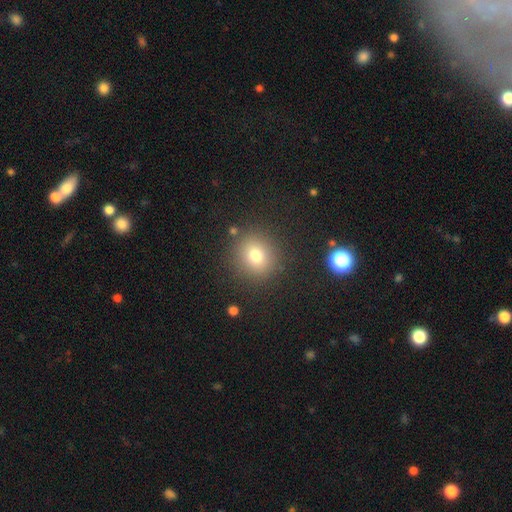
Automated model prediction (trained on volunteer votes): This is likely a smooth galaxy (75%). How rounded: clearly round (87%). Merging: clearly none (87%).